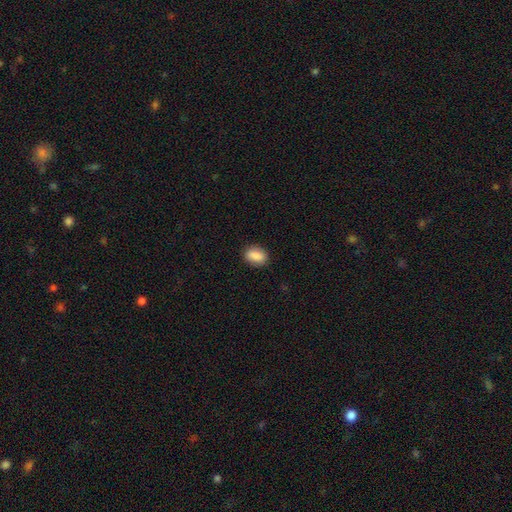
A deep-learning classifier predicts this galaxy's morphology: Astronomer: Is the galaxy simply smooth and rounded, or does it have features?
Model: smooth — 88%.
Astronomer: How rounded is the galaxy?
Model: in between — 82%.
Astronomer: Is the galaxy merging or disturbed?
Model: none — 87%.